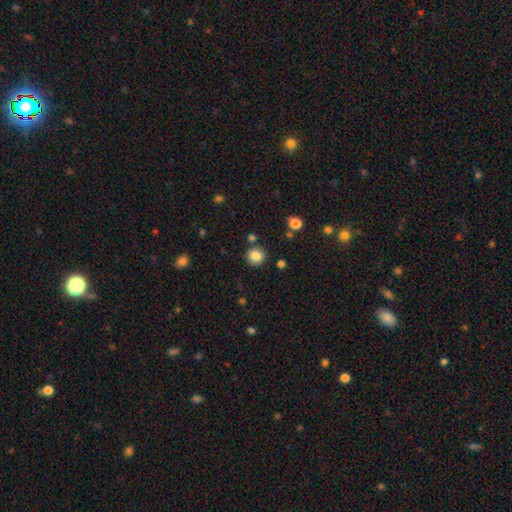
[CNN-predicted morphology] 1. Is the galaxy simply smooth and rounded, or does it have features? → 84% smooth, 11% star or artifact, 5% featured or disk.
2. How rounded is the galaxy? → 92% round, 7% in between, 1% cigar-shaped.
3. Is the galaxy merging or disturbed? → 86% none, 7% minor disturbance, 5% merger, 2% major disturbance.